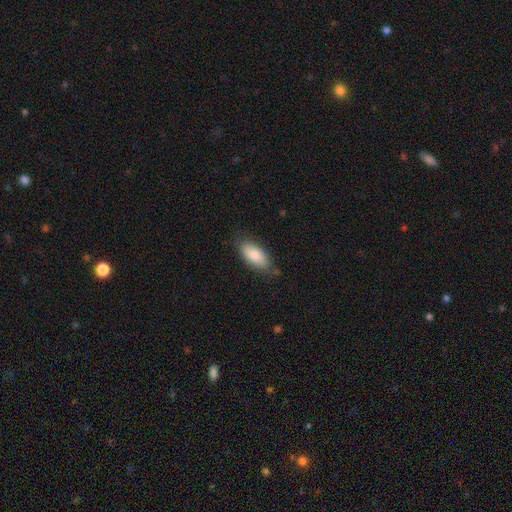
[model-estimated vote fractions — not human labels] Smooth or featured? smooth (79%)
How rounded? in between (87%)
Merging? none (75%)